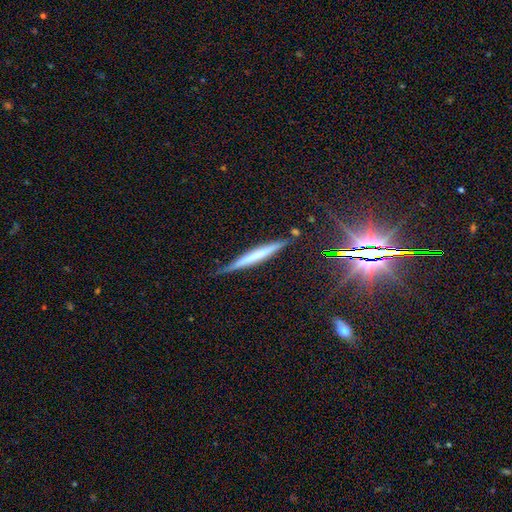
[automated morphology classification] The model was most divided on "smooth or featured": smooth: 47%, featured or disk: 44%, star or artifact: 9%. More confident: merging — none (83%).